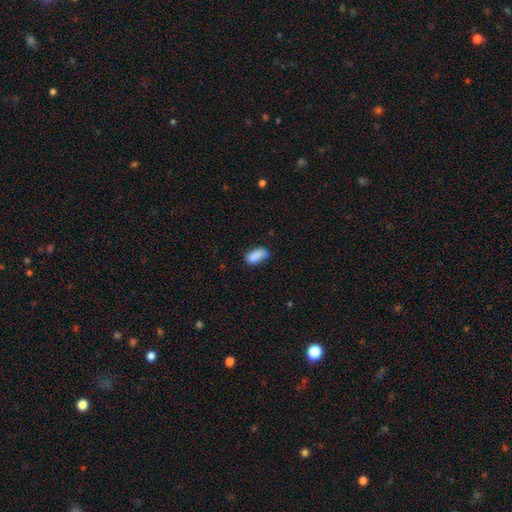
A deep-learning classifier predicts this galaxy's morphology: Smooth or featured?
  - smooth: 87% *
  - star or artifact: 8%
  - featured or disk: 5%
How rounded?
  - in between: 84% *
  - cigar-shaped: 13%
  - round: 3%
Merging?
  - none: 67% *
  - minor disturbance: 25%
  - major disturbance: 5%
  - merger: 3%